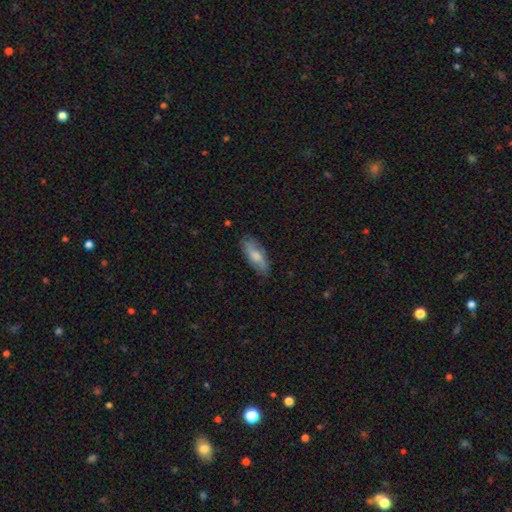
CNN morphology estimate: smooth 65%, featured or disk 29%, star or artifact 6%. Down the decision tree: how rounded — in between (73%); merging — none (76%).